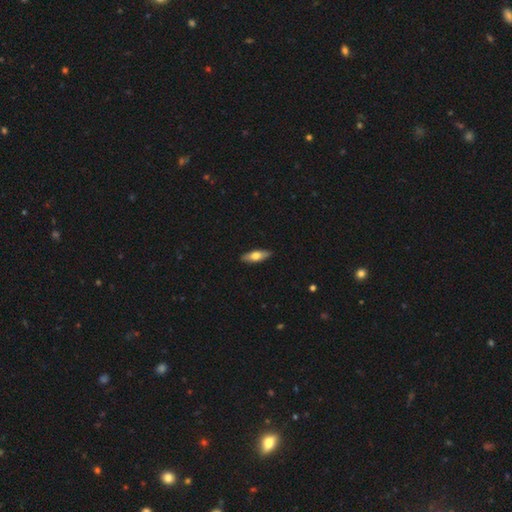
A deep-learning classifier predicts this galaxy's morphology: type=smooth (64%); roundness=in between (58%); merging=none (90%).